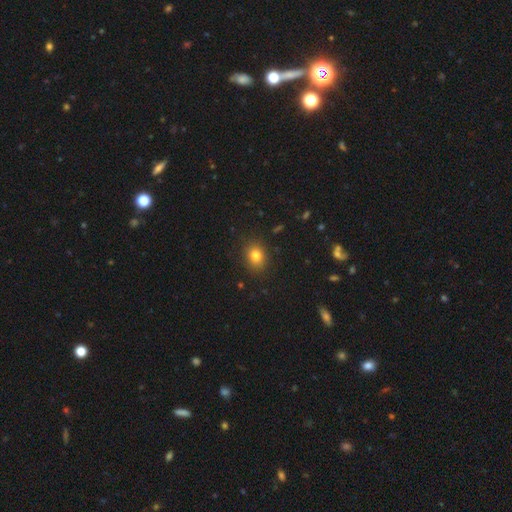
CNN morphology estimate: Smooth or featured: smooth — 80% (star or artifact — 12%)
How rounded: round — 51% (in between — 48%)
Merging: none — 87% (minor disturbance — 9%)